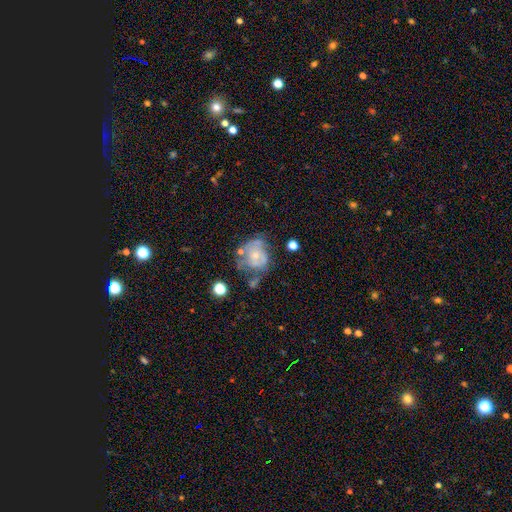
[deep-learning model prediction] This appears to be a featured or disk galaxy (55%) with no bar (84%), no spiral arms (59%) and a small central bulge (56%). Merging: none (32%).